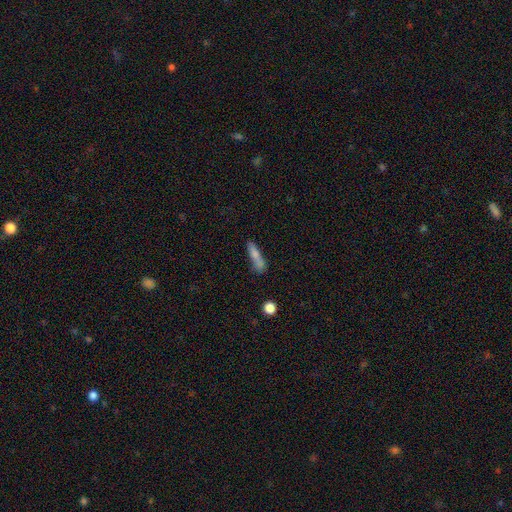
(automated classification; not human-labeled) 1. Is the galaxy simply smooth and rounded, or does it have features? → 74% smooth, 18% featured or disk, 8% star or artifact.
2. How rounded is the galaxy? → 79% cigar-shaped, 18% in between, 2% round.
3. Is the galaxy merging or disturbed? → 59% none, 21% minor disturbance, 13% merger, 8% major disturbance.